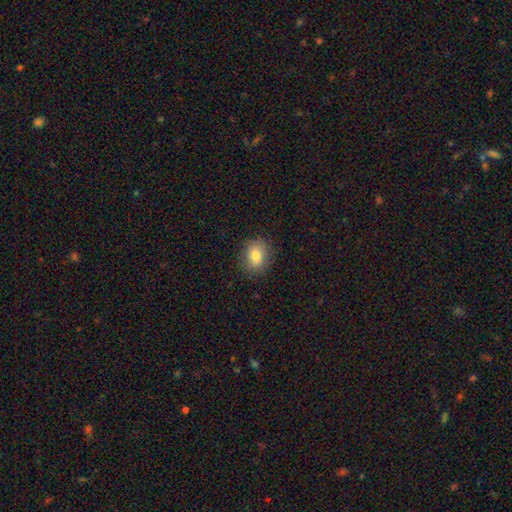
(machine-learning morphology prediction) A smooth galaxy with no disk features (80%) that is in between round and cigar-shaped (56%). Merging: none (84%).